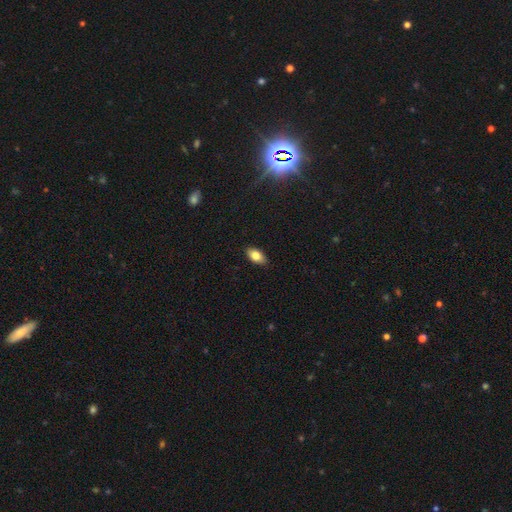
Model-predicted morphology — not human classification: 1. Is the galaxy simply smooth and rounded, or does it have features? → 81% smooth, 12% featured or disk, 8% star or artifact.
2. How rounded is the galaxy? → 91% in between, 5% round, 4% cigar-shaped.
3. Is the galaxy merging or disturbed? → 88% none, 9% minor disturbance, 2% major disturbance, 1% merger.